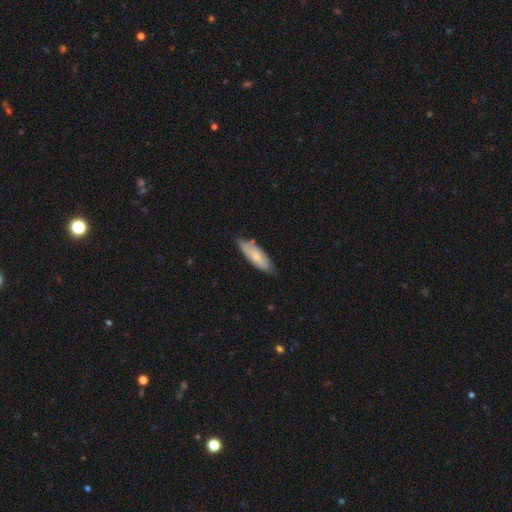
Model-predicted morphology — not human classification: smooth 64%, featured or disk 30%, star or artifact 6%. Down the decision tree: how rounded — in between (59%); merging — none (66%).